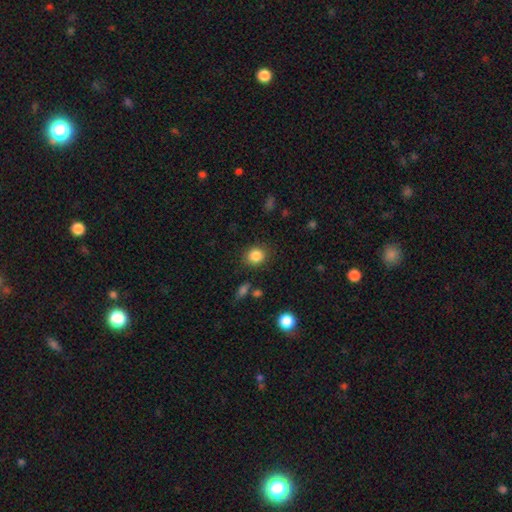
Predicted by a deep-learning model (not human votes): This appears to be a smooth galaxy with no disk features (85%) that is round (79%). Merging: none (86%).